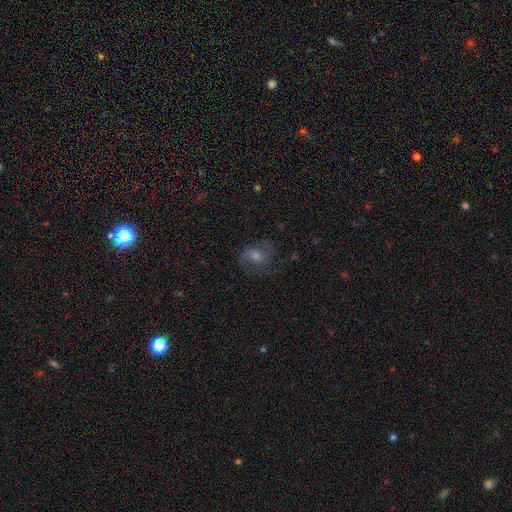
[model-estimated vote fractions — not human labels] Q: Smooth or featured?
A: featured or disk (68%); runner-up: smooth (19%)
Q: Edge-on disk?
A: no (97%); runner-up: yes (3%)
Q: Bar?
A: no (48%); runner-up: weak (41%)
Q: Spiral arms?
A: yes (92%); runner-up: no (8%)
Q: Spiral winding?
A: medium (52%); runner-up: loose (24%)
Q: Spiral arm count?
A: 2 (72%); runner-up: can't tell (12%)
Q: Bulge size?
A: moderate (59%); runner-up: small (30%)
Q: Merging?
A: none (72%); runner-up: minor disturbance (16%)